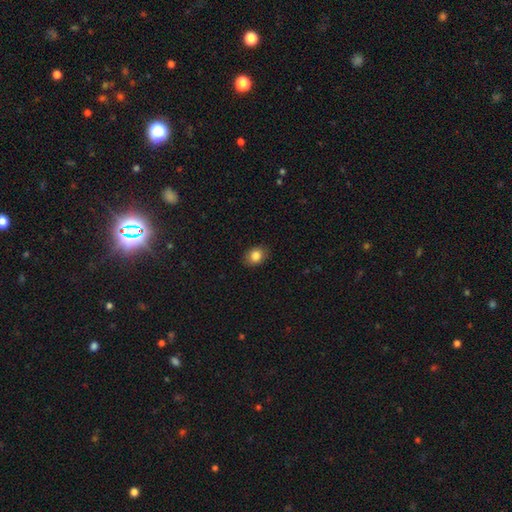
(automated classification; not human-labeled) Smooth or featured: smooth — 84% (star or artifact — 9%)
How rounded: in between — 60% (round — 39%)
Merging: none — 88% (minor disturbance — 9%)